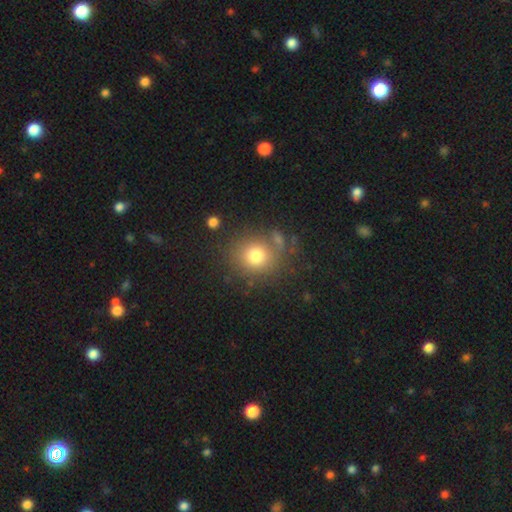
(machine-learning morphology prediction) This is likely a smooth galaxy (77%). How rounded: clearly round (81%). Merging: likely none (74%).